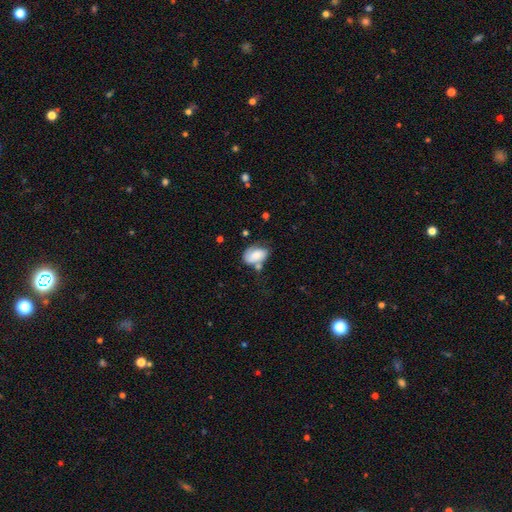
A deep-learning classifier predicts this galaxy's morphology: Smooth or featured?
  - smooth: 65% *
  - featured or disk: 27%
  - star or artifact: 8%
How rounded?
  - in between: 85% *
  - round: 14%
  - cigar-shaped: 1%
Merging?
  - none: 38% *
  - minor disturbance: 28%
  - merger: 20%
  - major disturbance: 14%